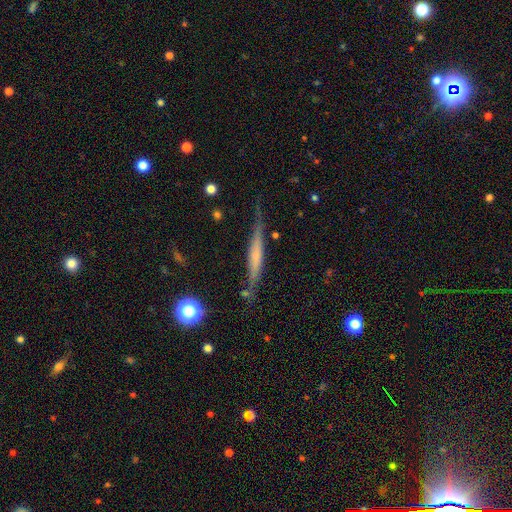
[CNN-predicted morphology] type=featured or disk (55%); edge-on=yes (94%); edge-on bulge=none (50%); merging=none (74%).